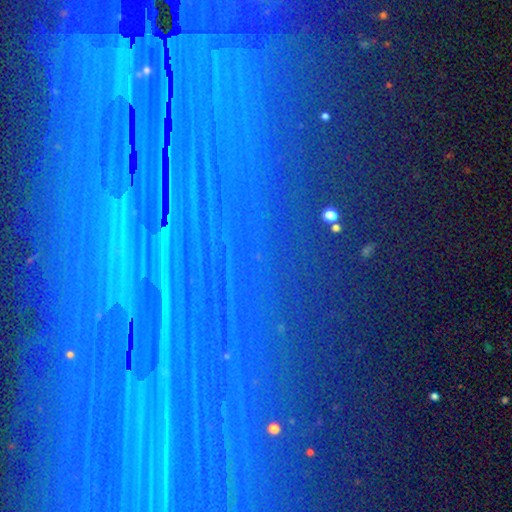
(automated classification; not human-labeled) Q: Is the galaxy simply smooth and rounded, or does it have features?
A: star or artifact — 82%.